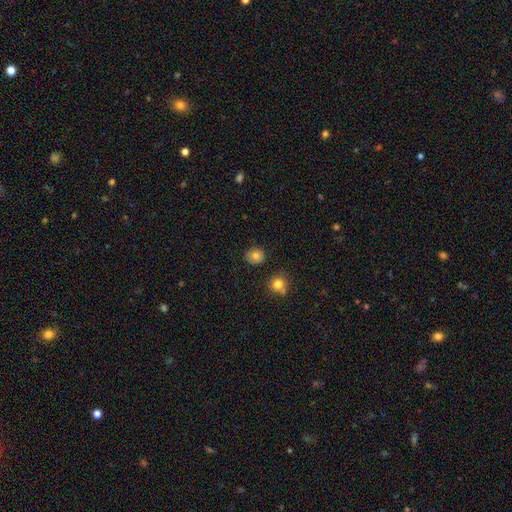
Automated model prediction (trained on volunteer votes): Overall: smooth (80%). How rounded: round (84%). Merging: none (86%).